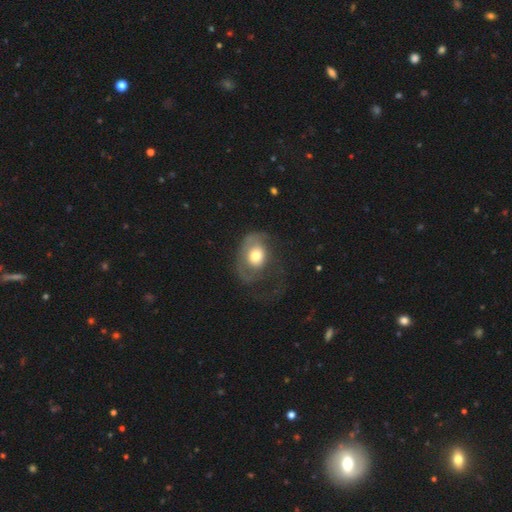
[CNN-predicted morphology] A smooth galaxy with no disk features (51%) that is in between round and cigar-shaped (62%). Merging: major disturbance (47%).